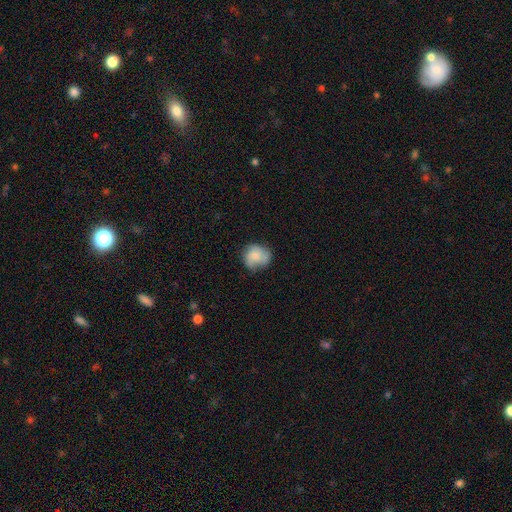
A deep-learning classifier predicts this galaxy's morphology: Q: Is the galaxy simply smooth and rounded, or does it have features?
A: smooth — 67%.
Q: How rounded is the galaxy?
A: round — 77%.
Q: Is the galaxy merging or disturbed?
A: none — 64%.